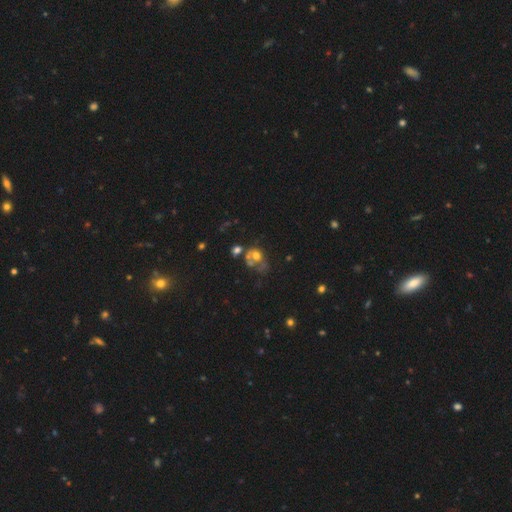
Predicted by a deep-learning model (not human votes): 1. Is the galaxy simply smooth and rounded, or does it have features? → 46% smooth, 37% featured or disk, 18% star or artifact.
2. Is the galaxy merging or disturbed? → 35% merger, 28% major disturbance, 23% none, 14% minor disturbance.